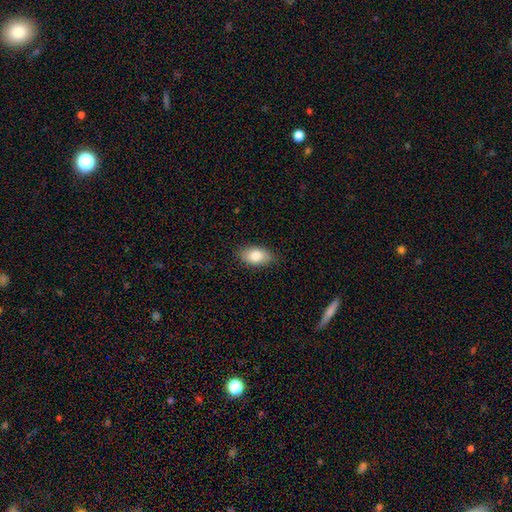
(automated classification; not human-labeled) Morphology: type=smooth (83%); roundness=in between (91%); merging=none (85%).